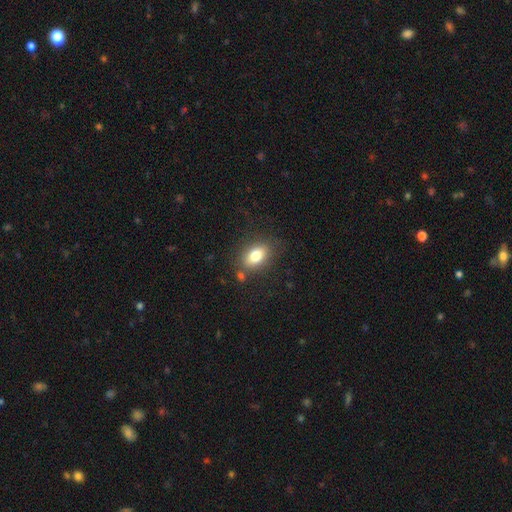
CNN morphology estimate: smooth-or-featured: smooth: 78% | featured or disk: 13% | star or artifact: 9%
  how-rounded: in between: 83% | round: 14% | cigar-shaped: 3%
  merging: none: 78% | minor disturbance: 12% | merger: 6% | major disturbance: 4%